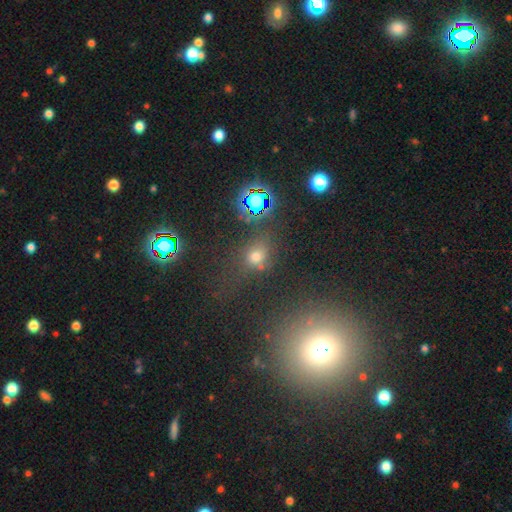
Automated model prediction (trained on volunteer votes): A smooth galaxy with no disk features (58%) that is round (60%). Merging: none (66%).